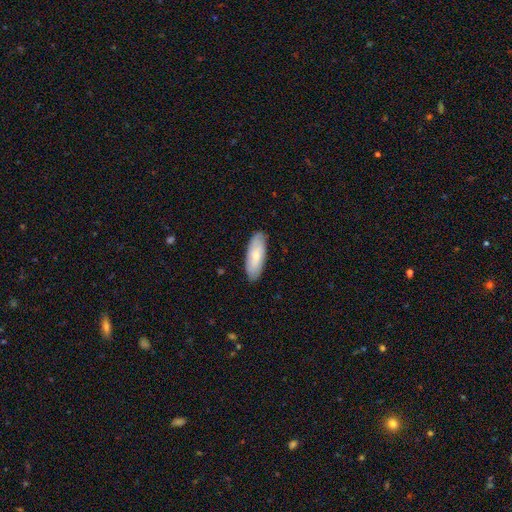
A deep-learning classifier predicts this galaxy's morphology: A smooth galaxy with no disk features (72%) that is in between round and cigar-shaped (71%).

Vote fractions:
- Smooth or featured? smooth: 72% / featured or disk: 22% / star or artifact: 5%
- How rounded? in between: 71% / cigar-shaped: 27% / round: 2%
- Merging? none: 87% / minor disturbance: 11% / major disturbance: 2% / merger: 1%